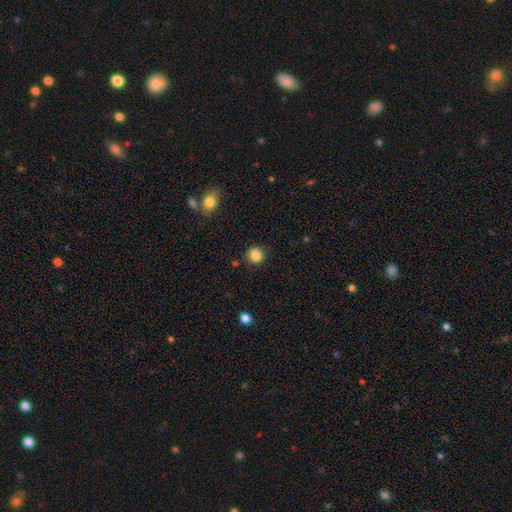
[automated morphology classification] smooth-or-featured: smooth: 85% | star or artifact: 10% | featured or disk: 5%
  how-rounded: round: 89% | in between: 10% | cigar-shaped: 1%
  merging: none: 88% | minor disturbance: 8% | major disturbance: 2% | merger: 2%